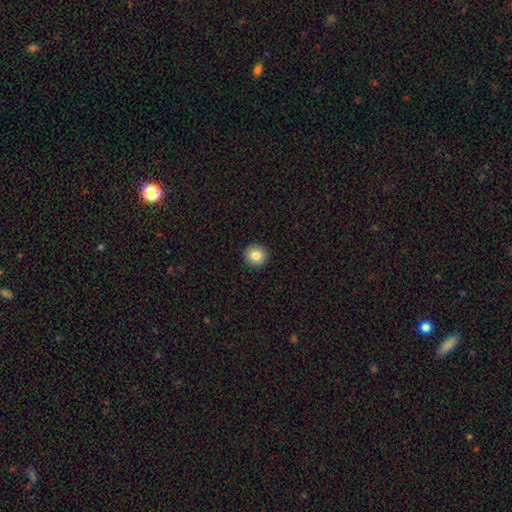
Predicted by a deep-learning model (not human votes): Smooth or featured?
  - smooth: 84% *
  - star or artifact: 9%
  - featured or disk: 7%
How rounded?
  - round: 95% *
  - in between: 4%
  - cigar-shaped: 1%
Merging?
  - none: 94% *
  - minor disturbance: 4%
  - major disturbance: 1%
  - merger: 1%